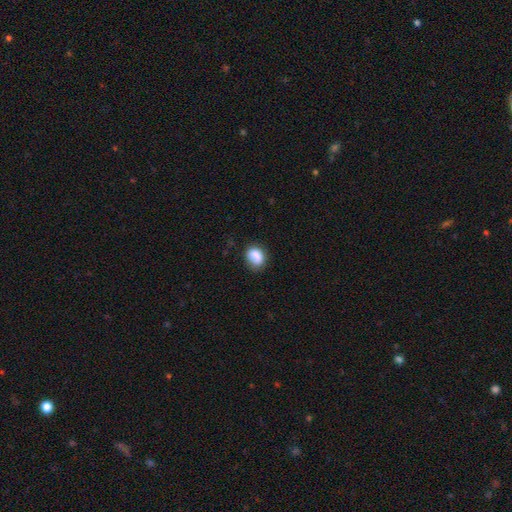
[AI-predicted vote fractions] Morphology: type=smooth (85%); roundness=in between (61%); merging=none (70%).